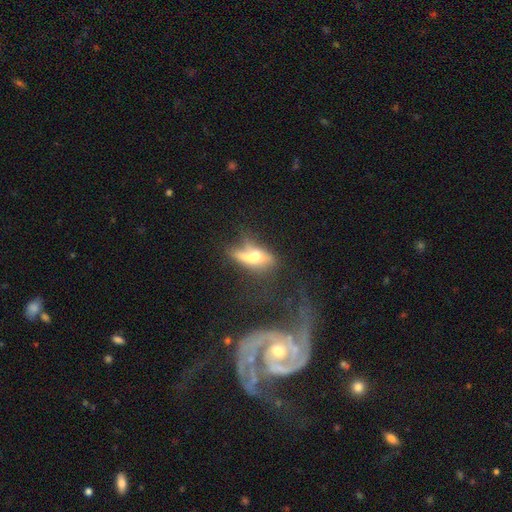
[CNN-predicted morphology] featured or disk 47%, smooth 43%, star or artifact 11%. Down the decision tree: merging — major disturbance (31%).